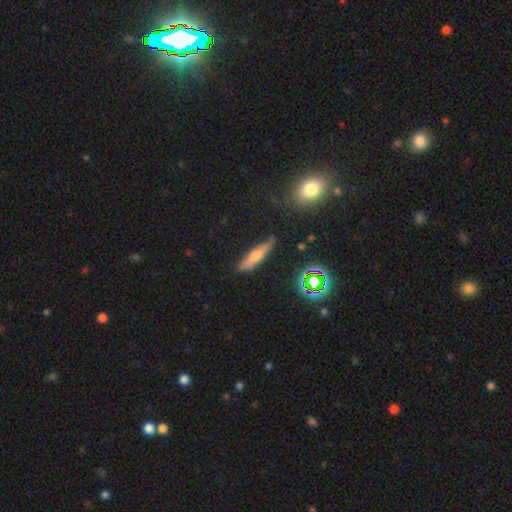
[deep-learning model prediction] A smooth galaxy with no disk features (49%). Merging: none (78%).